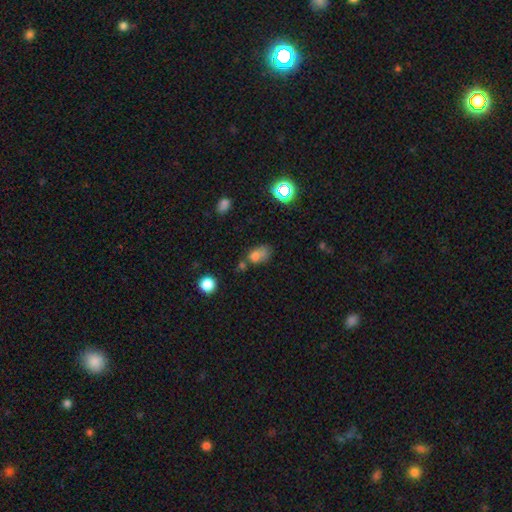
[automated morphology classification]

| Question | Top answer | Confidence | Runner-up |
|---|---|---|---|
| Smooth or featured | smooth | 67% | star or artifact (17%) |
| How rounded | in between | 75% | round (23%) |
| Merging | none | 30% | merger (28%) |